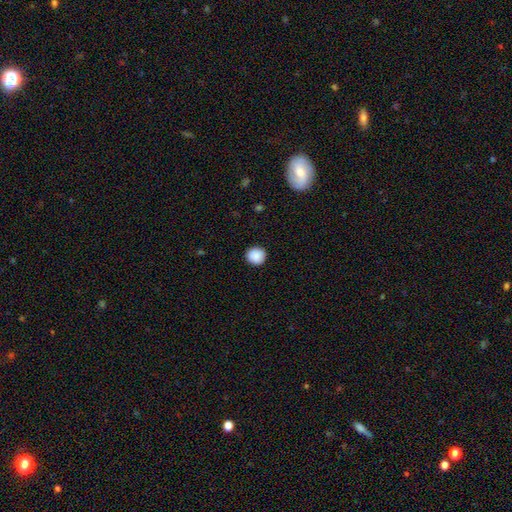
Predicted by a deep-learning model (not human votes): This appears to be a smooth galaxy with no disk features (89%) that is round (93%). Merging: none (91%).